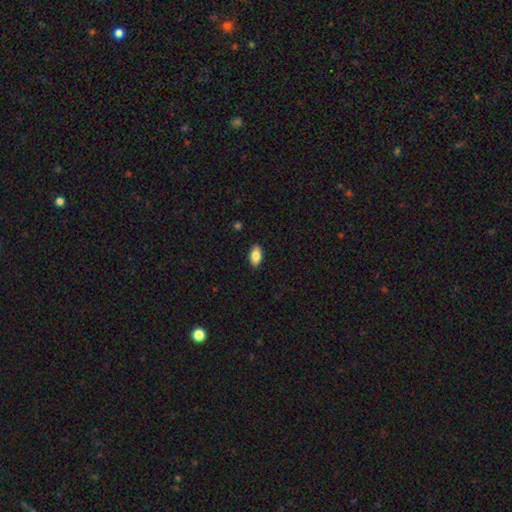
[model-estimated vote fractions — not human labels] Smooth or featured: smooth — 84% (featured or disk — 9%)
How rounded: in between — 92% (cigar-shaped — 5%)
Merging: none — 90% (minor disturbance — 8%)